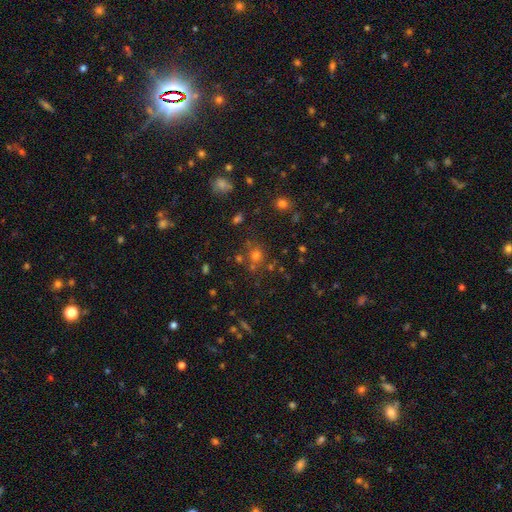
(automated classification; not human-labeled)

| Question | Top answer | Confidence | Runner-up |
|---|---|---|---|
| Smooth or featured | smooth | 59% | star or artifact (31%) |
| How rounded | round | 86% | in between (13%) |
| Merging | none | 70% | merger (15%) |